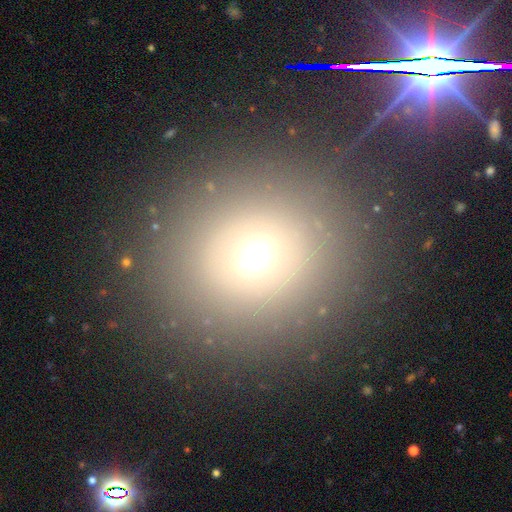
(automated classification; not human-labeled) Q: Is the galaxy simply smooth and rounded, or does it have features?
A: smooth — 60%.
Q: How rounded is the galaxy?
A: round — 83%.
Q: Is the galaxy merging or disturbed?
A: none — 80%.